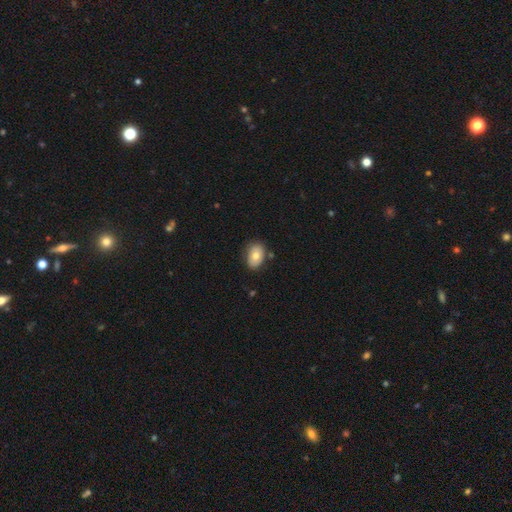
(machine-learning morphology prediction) The model was most divided on "smooth or featured": smooth: 72%, featured or disk: 21%, star or artifact: 8%. More confident: how rounded — in between (81%); merging — none (78%).